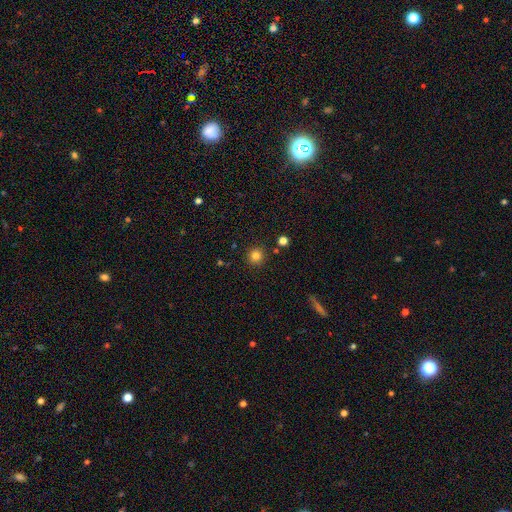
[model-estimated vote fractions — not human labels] This is clearly a smooth galaxy (82%). How rounded: clearly round (94%). Merging: clearly none (89%).